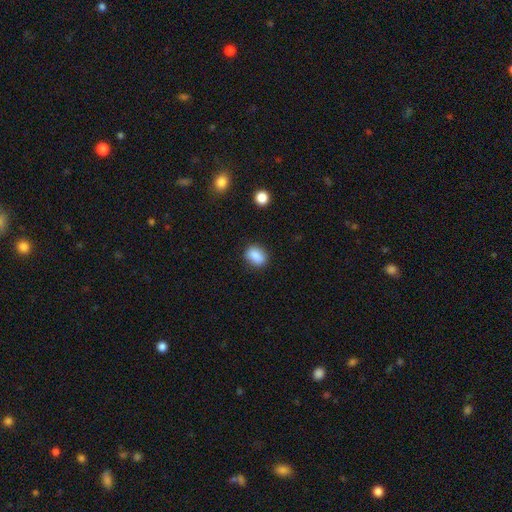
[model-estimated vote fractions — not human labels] Q: Smooth or featured?
A: smooth (87%); runner-up: star or artifact (9%)
Q: How rounded?
A: in between (68%); runner-up: round (31%)
Q: Merging?
A: none (84%); runner-up: minor disturbance (12%)